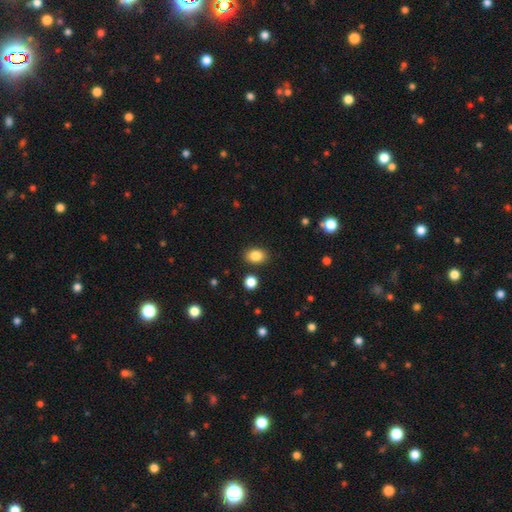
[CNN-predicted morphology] Smooth or featured? smooth (85%)
How rounded? in between (72%)
Merging? none (85%)